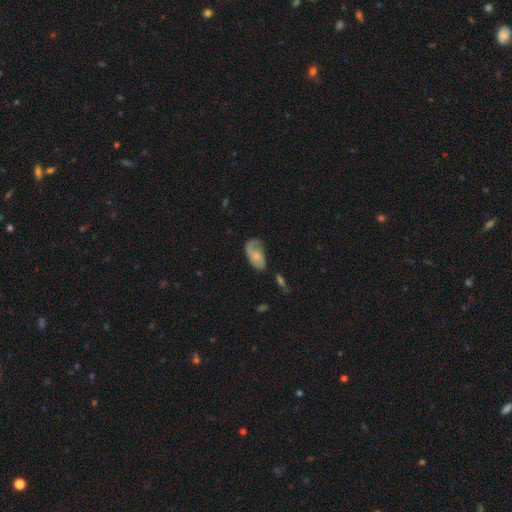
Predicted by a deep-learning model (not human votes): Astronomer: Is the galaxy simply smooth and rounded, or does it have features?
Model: featured or disk — 48% (runner-up: smooth, 45%).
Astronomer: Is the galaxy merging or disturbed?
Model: none — 50% (runner-up: minor disturbance, 29%).